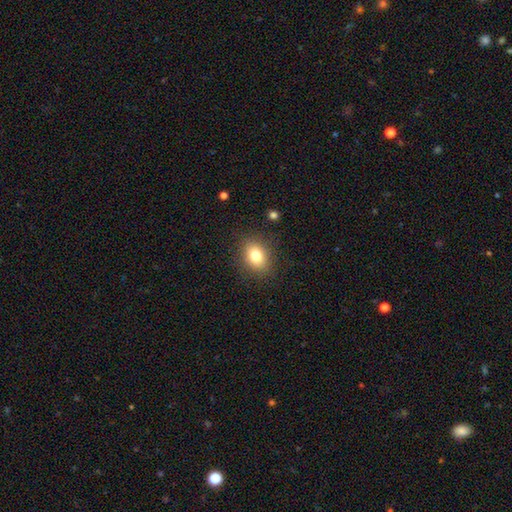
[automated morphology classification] Q: Smooth or featured?
A: smooth (79%); runner-up: star or artifact (10%)
Q: How rounded?
A: in between (63%); runner-up: round (36%)
Q: Merging?
A: none (87%); runner-up: minor disturbance (9%)